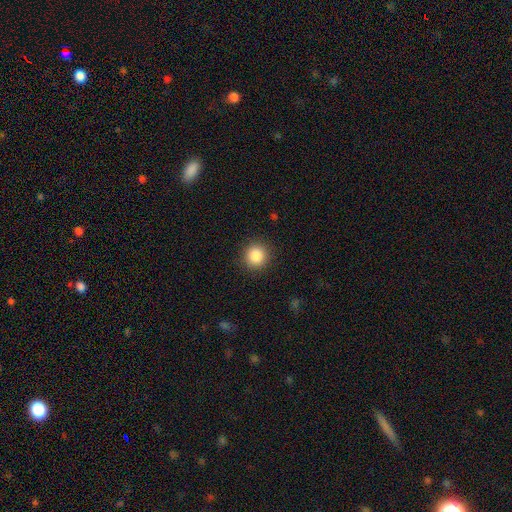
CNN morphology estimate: smooth-or-featured: smooth: 87% | star or artifact: 10% | featured or disk: 4%
  how-rounded: round: 90% | in between: 9% | cigar-shaped: 1%
  merging: none: 90% | minor disturbance: 7% | major disturbance: 2% | merger: 1%